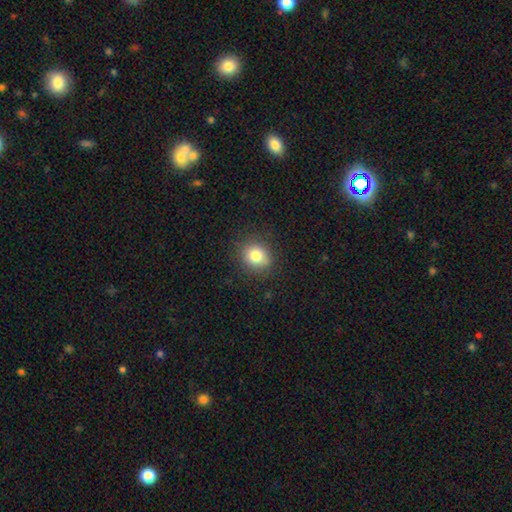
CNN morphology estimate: smooth_or_featured: smooth (p=0.80) [alt: star or artifact p=0.12]
how_rounded: round (p=0.80) [alt: in between p=0.19]
merging: none (p=0.85) [alt: minor disturbance p=0.10]